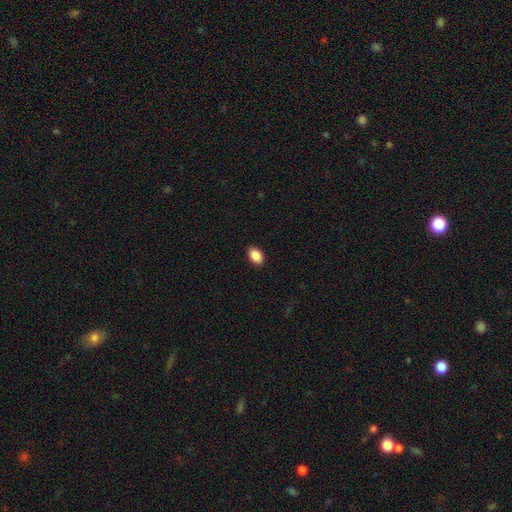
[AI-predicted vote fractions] smooth 89%, star or artifact 8%, featured or disk 3%. Down the decision tree: how rounded — in between (86%); merging — none (91%).